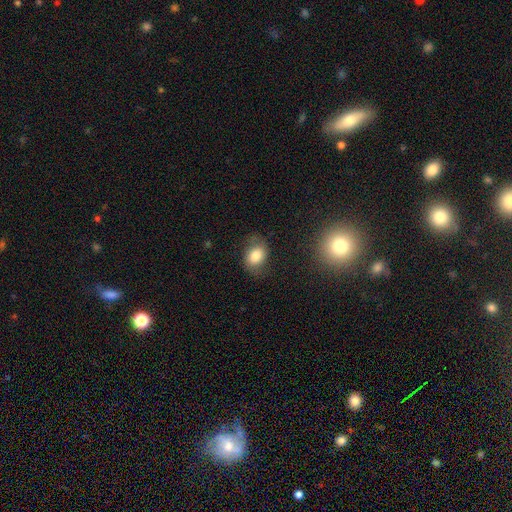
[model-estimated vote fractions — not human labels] Smooth or featured? Predicted: smooth (p=0.77). How rounded? Predicted: in between (p=0.65). Merging? Predicted: none (p=0.69).